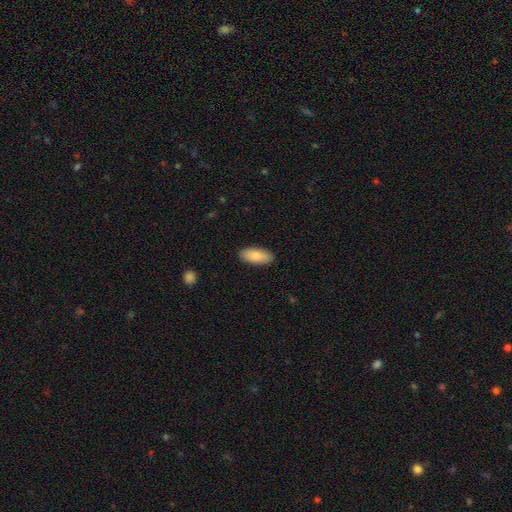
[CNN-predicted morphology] Smooth or featured? Predicted: smooth (p=0.84). How rounded? Predicted: in between (p=0.87). Merging? Predicted: none (p=0.90).